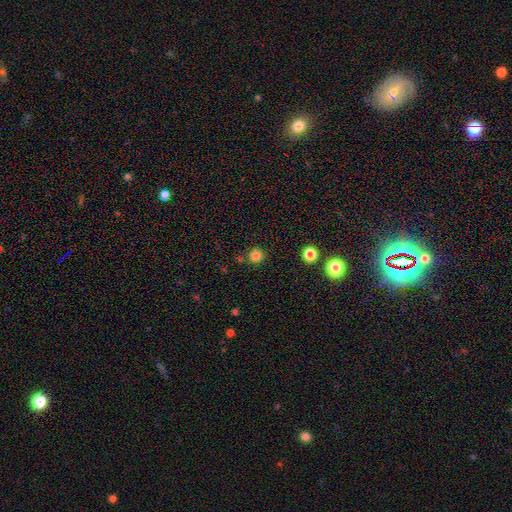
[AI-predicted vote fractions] Smooth or featured? smooth (83%)
How rounded? round (93%)
Merging? none (85%)